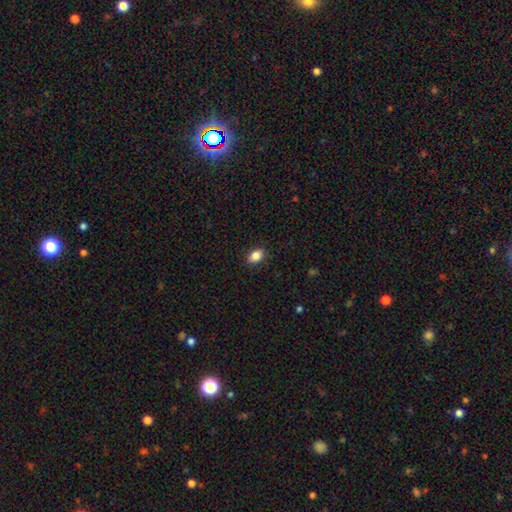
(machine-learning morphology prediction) This is clearly a smooth galaxy (87%). How rounded: clearly in between (83%). Merging: clearly none (89%).